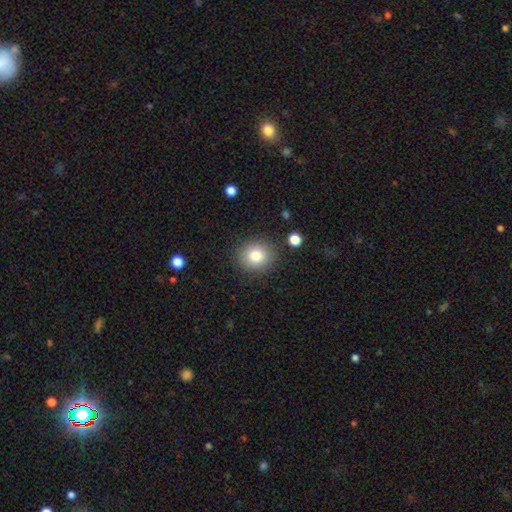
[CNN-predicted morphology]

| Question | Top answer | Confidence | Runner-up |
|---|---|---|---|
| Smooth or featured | smooth | 82% | star or artifact (10%) |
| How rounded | round | 83% | in between (16%) |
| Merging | none | 87% | minor disturbance (8%) |